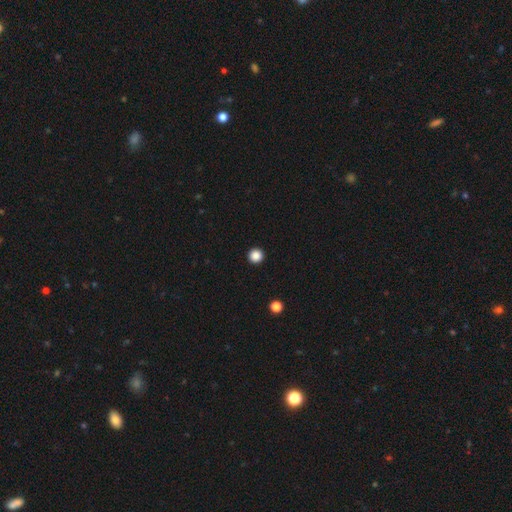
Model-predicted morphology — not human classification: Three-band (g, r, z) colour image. It shows a smooth galaxy with no disk features (87%) that is round (96%). Merging: none (94%).